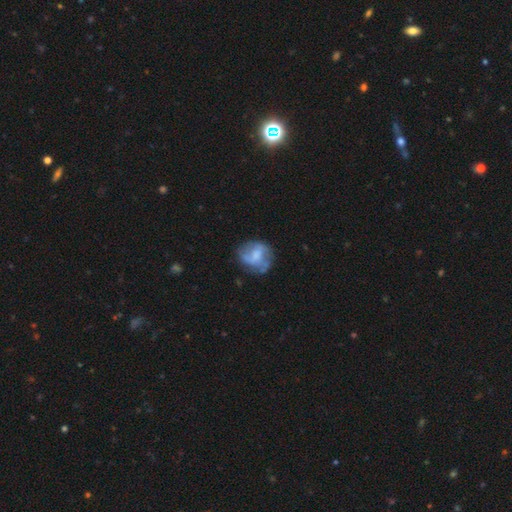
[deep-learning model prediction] featured or disk 55%, smooth 37%, star or artifact 8%. Down the decision tree: edge-on disk — no (98%); bar — no (54%); spiral arms — yes (63%); bulge size — moderate (35%); merging — none (59%).